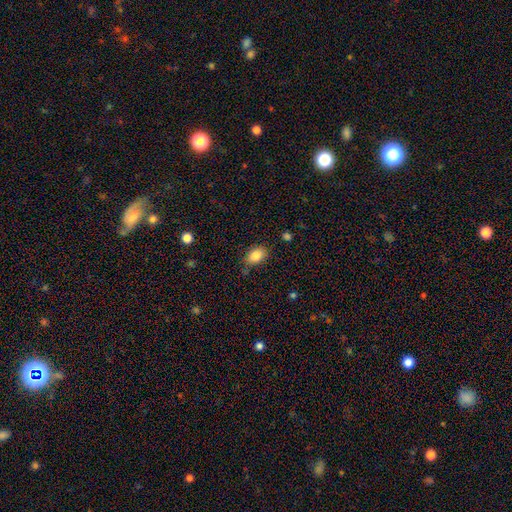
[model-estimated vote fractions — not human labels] Overall: smooth (86%). How rounded: in between (83%). Merging: none (76%).